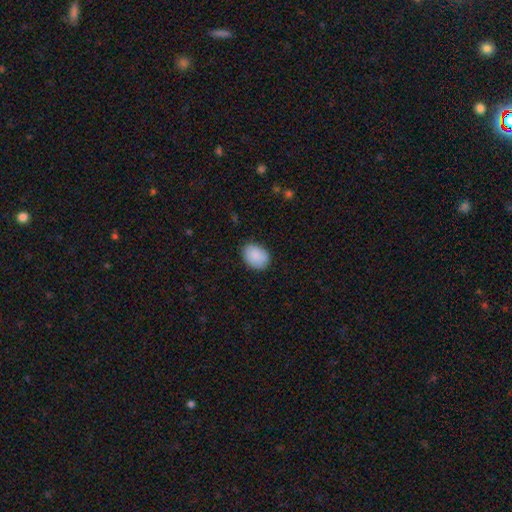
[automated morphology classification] Q: Smooth or featured?
A: smooth (89%); runner-up: star or artifact (7%)
Q: How rounded?
A: in between (73%); runner-up: round (26%)
Q: Merging?
A: none (84%); runner-up: minor disturbance (13%)